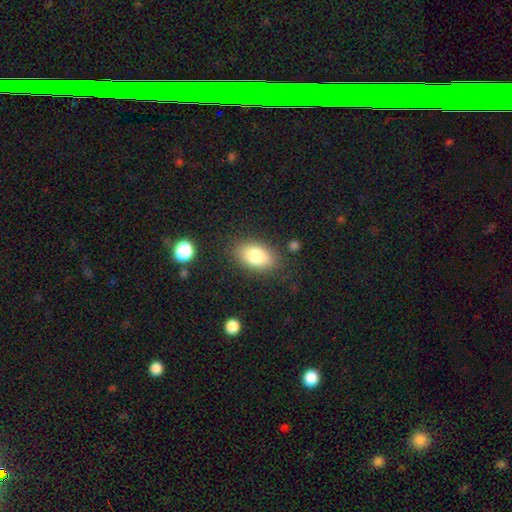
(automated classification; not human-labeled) Q: Smooth or featured?
A: smooth (82%); runner-up: featured or disk (10%)
Q: How rounded?
A: in between (89%); runner-up: round (10%)
Q: Merging?
A: none (82%); runner-up: minor disturbance (12%)